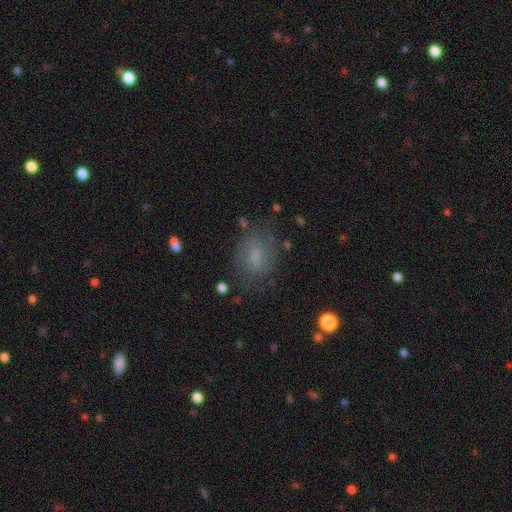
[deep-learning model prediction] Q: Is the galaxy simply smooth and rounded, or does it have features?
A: smooth — 56%.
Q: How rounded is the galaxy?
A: in between — 73%.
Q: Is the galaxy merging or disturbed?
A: none — 67%.